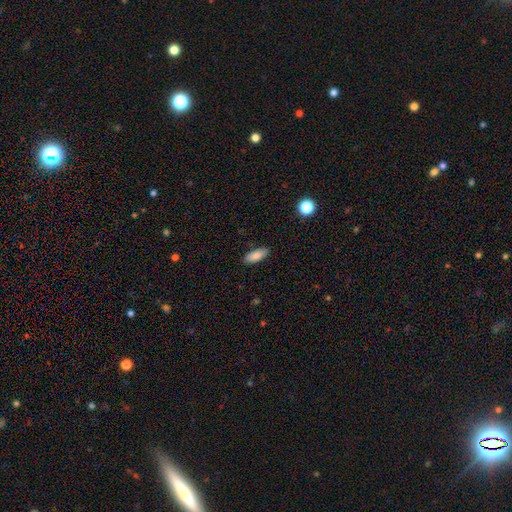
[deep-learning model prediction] smooth-or-featured: smooth: 85% | featured or disk: 8% | star or artifact: 7%
  how-rounded: in between: 75% | cigar-shaped: 23% | round: 2%
  merging: none: 87% | minor disturbance: 10% | major disturbance: 2% | merger: 1%